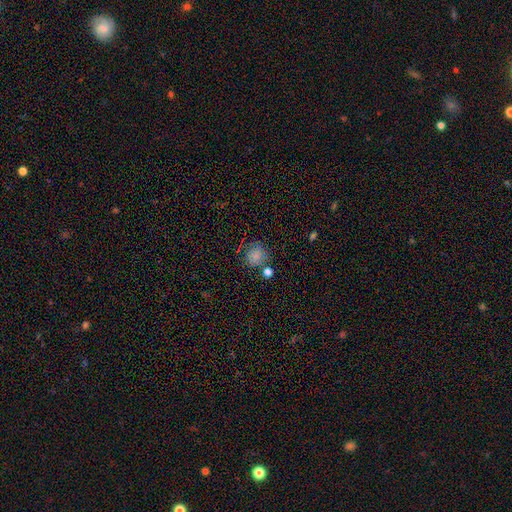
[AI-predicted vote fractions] smooth 81%, star or artifact 12%, featured or disk 7%. Down the decision tree: how rounded — round (85%); merging — none (70%).